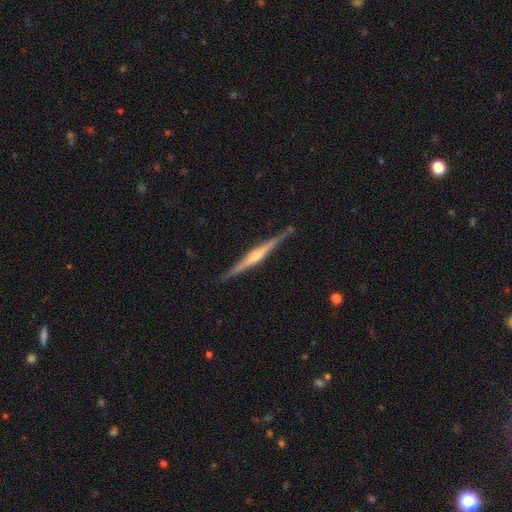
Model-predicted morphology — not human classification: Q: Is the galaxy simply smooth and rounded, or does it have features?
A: featured or disk — 84%.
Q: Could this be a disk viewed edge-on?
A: yes — 98%.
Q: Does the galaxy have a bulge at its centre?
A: rounded — 74%.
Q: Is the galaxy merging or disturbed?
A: none — 90%.